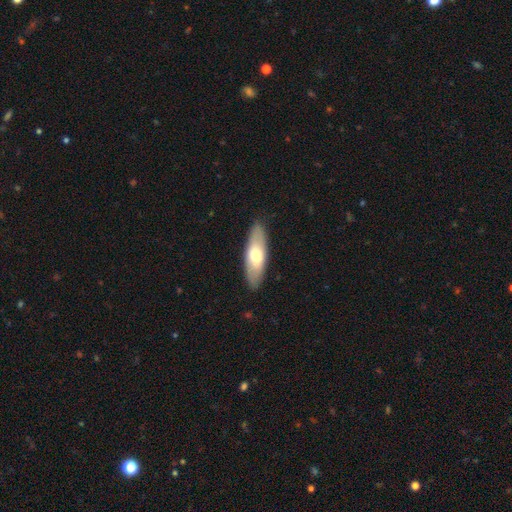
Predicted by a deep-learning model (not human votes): This is likely a smooth galaxy (62%). How rounded: possibly in between (56%). Merging: clearly none (88%).